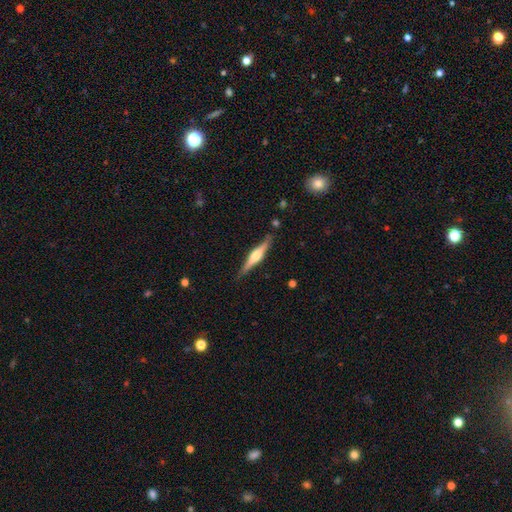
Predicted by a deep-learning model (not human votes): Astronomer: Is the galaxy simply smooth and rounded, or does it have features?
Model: featured or disk — 70%.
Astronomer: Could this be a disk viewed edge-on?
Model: yes — 97%.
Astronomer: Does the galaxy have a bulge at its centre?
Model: rounded — 88%.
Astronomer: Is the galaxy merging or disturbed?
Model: none — 86%.